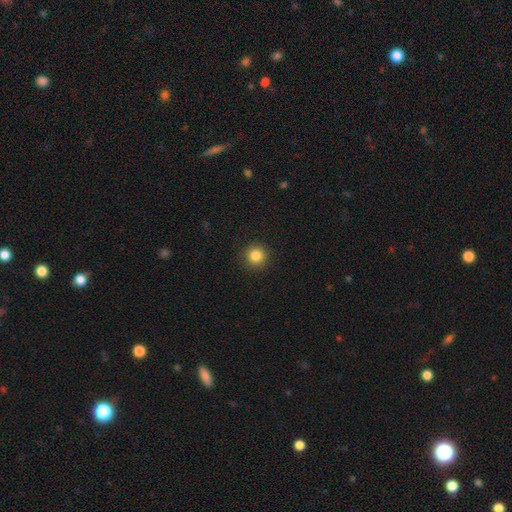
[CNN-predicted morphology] A smooth galaxy with no disk features (85%) that is round (95%). Merging: none (92%).